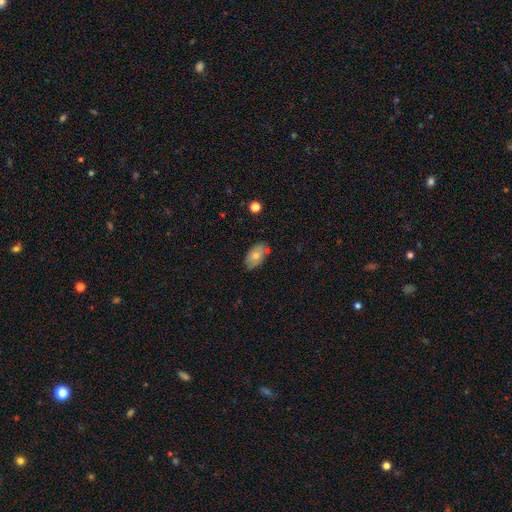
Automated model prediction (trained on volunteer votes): smooth-or-featured: smooth: 67% | featured or disk: 25% | star or artifact: 8%
  how-rounded: in between: 92% | round: 7% | cigar-shaped: 2%
  merging: none: 75% | minor disturbance: 18% | merger: 4% | major disturbance: 3%